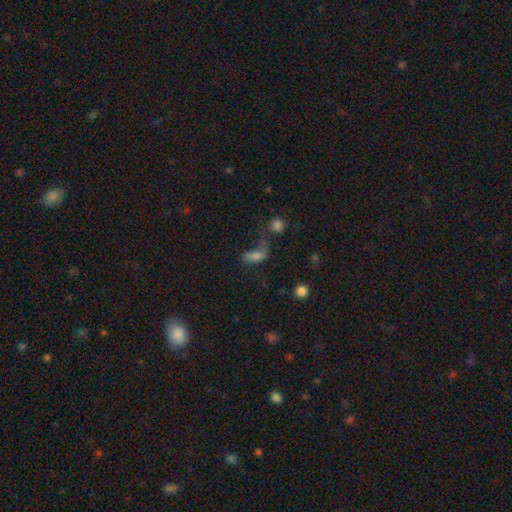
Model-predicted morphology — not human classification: Smooth or featured: smooth — 53% (featured or disk — 29%)
How rounded: in between — 79% (round — 10%)
Merging: major disturbance — 36% (none — 28%)